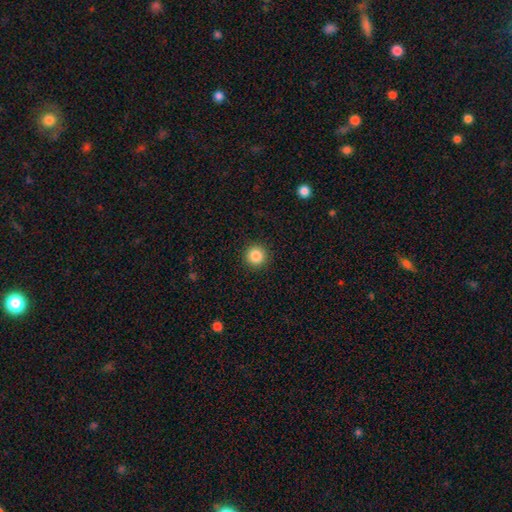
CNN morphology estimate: The model was most divided on "smooth or featured": smooth: 86%, star or artifact: 10%, featured or disk: 4%. More confident: how rounded — round (96%); merging — none (92%).